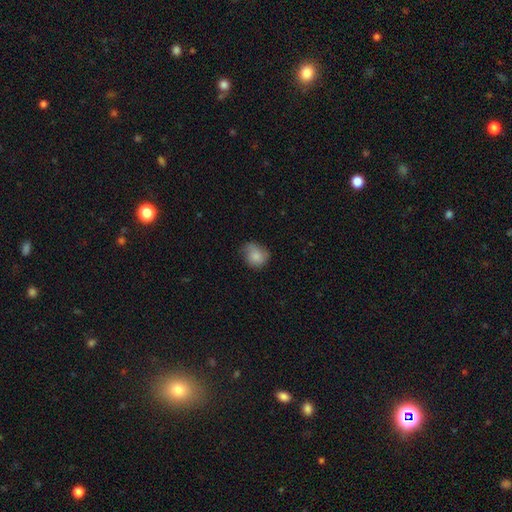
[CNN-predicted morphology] This is clearly a smooth galaxy (81%). How rounded: likely round (66%). Merging: possibly none (54%).